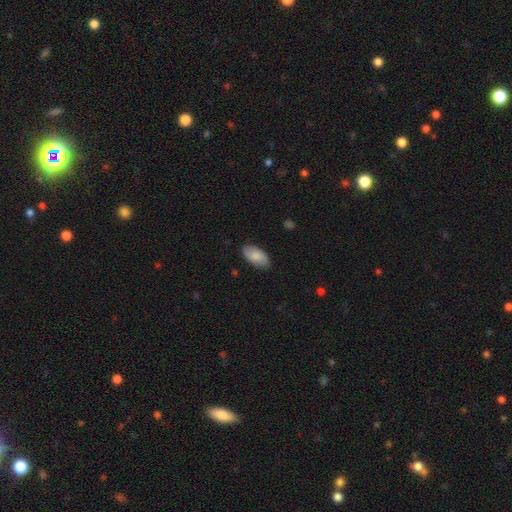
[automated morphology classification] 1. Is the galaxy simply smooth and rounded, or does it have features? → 82% smooth, 12% featured or disk, 6% star or artifact.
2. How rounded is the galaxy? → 95% in between, 2% cigar-shaped, 2% round.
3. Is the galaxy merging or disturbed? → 85% none, 12% minor disturbance, 2% major disturbance, 1% merger.